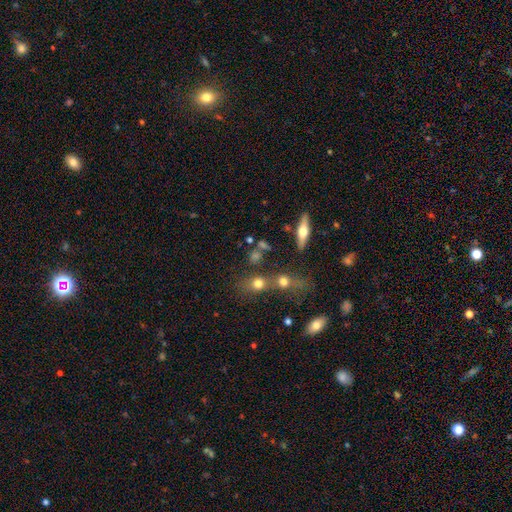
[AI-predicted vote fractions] Smooth or featured: smooth — 58% (featured or disk — 23%)
How rounded: round — 54% (in between — 34%)
Merging: none — 56% (merger — 27%)